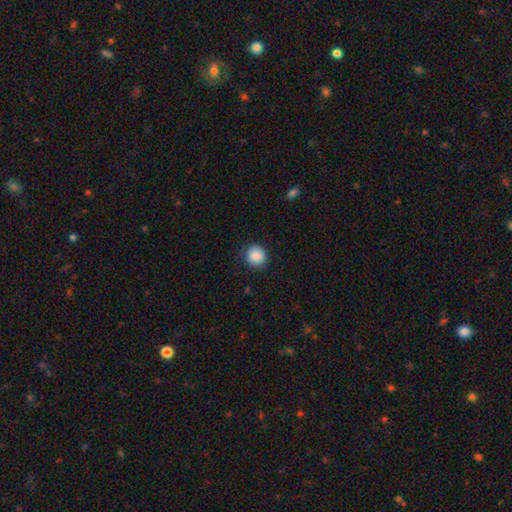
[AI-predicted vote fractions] Overall: smooth (89%). How rounded: round (85%). Merging: none (84%).